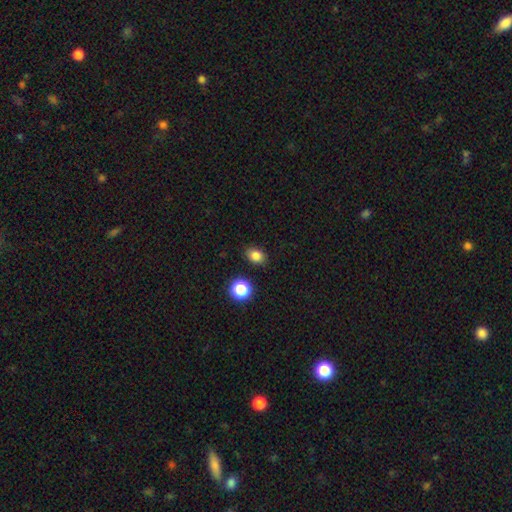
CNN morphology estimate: Smooth or featured? smooth (82%)
How rounded? in between (65%)
Merging? none (86%)